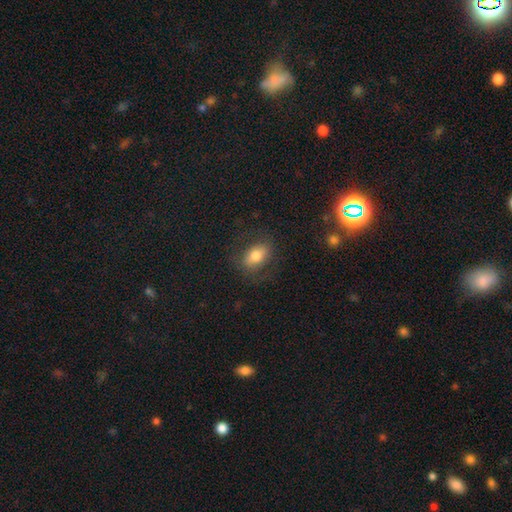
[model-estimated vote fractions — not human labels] Smooth or featured?
  - smooth: 73% *
  - featured or disk: 18%
  - star or artifact: 8%
How rounded?
  - in between: 83% *
  - round: 14%
  - cigar-shaped: 2%
Merging?
  - none: 77% *
  - minor disturbance: 14%
  - major disturbance: 7%
  - merger: 1%